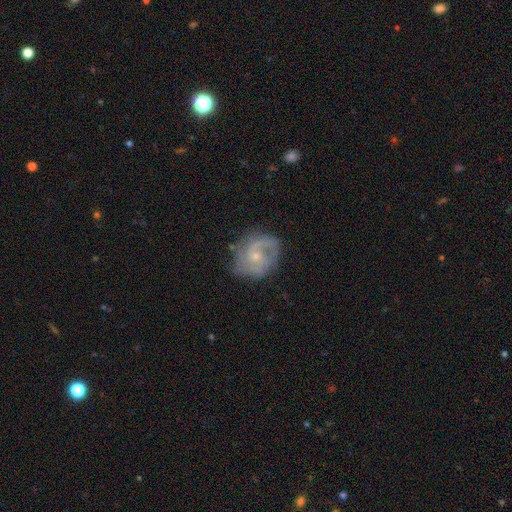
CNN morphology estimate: Smooth or featured? Predicted: featured or disk (p=0.76). Edge-on disk? Predicted: no (p=0.98). Bar? Predicted: no (p=0.66). Spiral arms? Predicted: yes (p=0.90). Spiral winding? Predicted: medium (p=0.46). Spiral arm count? Predicted: 2 (p=0.56). Bulge size? Predicted: small (p=0.71). Merging? Predicted: none (p=0.66).